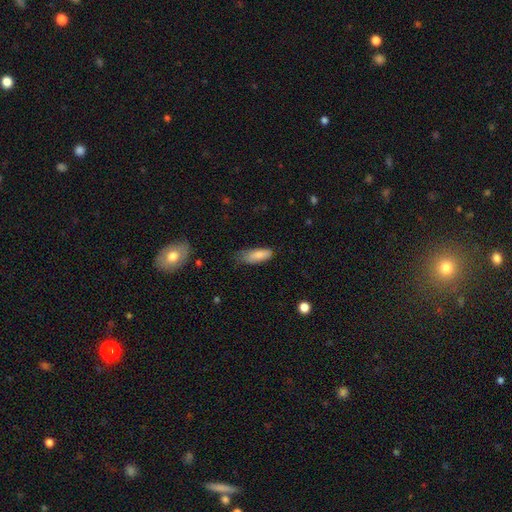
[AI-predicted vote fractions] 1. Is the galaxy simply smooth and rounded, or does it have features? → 79% smooth, 13% featured or disk, 8% star or artifact.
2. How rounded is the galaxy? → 58% in between, 40% cigar-shaped, 2% round.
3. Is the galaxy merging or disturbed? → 55% none, 33% minor disturbance, 9% major disturbance, 2% merger.